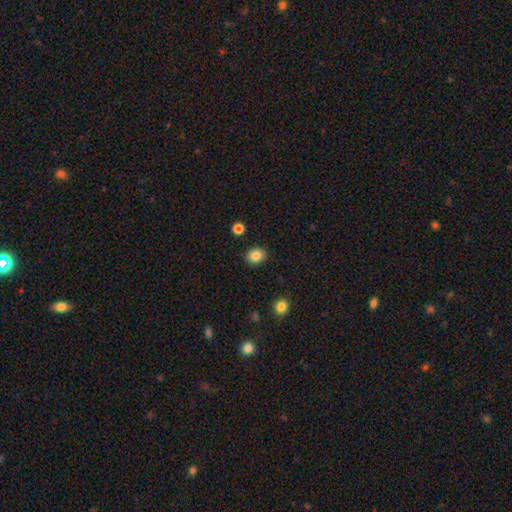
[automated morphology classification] smooth 85%, star or artifact 10%, featured or disk 5%. Down the decision tree: how rounded — round (62%); merging — none (90%).